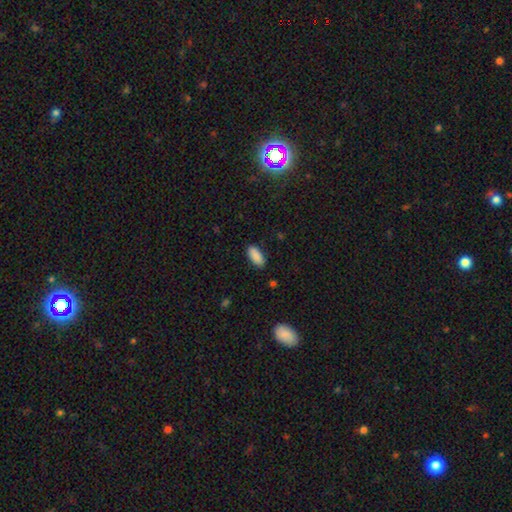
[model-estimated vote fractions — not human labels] A smooth galaxy with no disk features (89%) that is in between round and cigar-shaped (88%).

Vote fractions:
- Smooth or featured? smooth: 89% / star or artifact: 7% / featured or disk: 4%
- How rounded? in between: 88% / cigar-shaped: 11% / round: 2%
- Merging? none: 87% / minor disturbance: 9% / major disturbance: 2% / merger: 1%